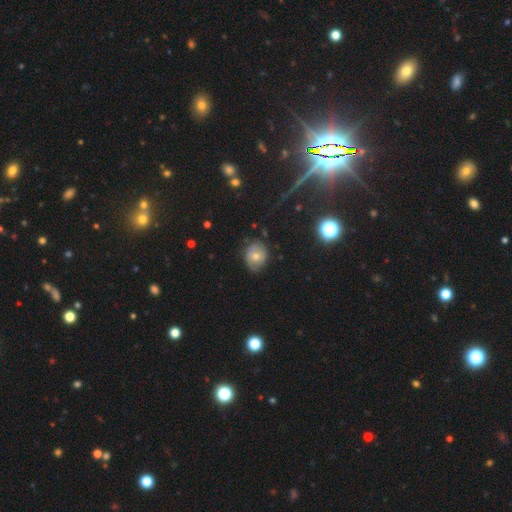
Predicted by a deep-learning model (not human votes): Smooth or featured: smooth — 50% (featured or disk — 37%)
Merging: none — 69% (minor disturbance — 24%)